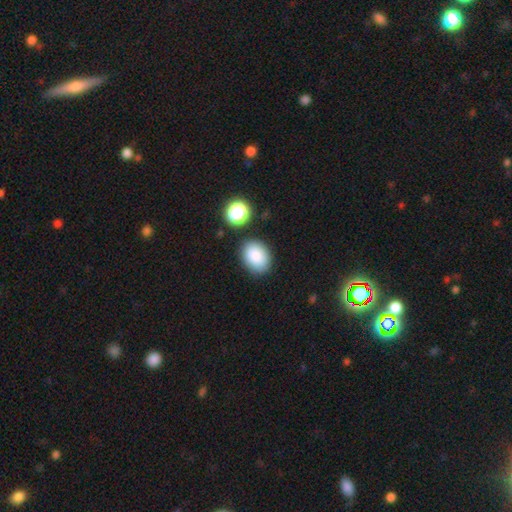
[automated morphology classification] Smooth or featured: smooth — 86% (star or artifact — 9%)
How rounded: in between — 69% (round — 30%)
Merging: none — 81% (minor disturbance — 12%)